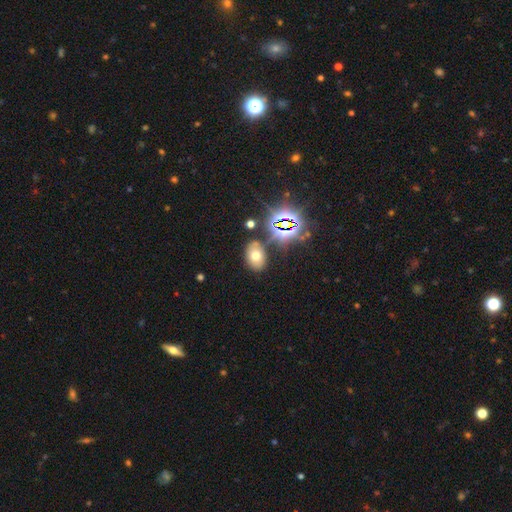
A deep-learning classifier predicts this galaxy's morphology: Smooth or featured? Predicted: smooth (p=0.57). How rounded? Predicted: in between (p=0.80). Merging? Predicted: none (p=0.75).